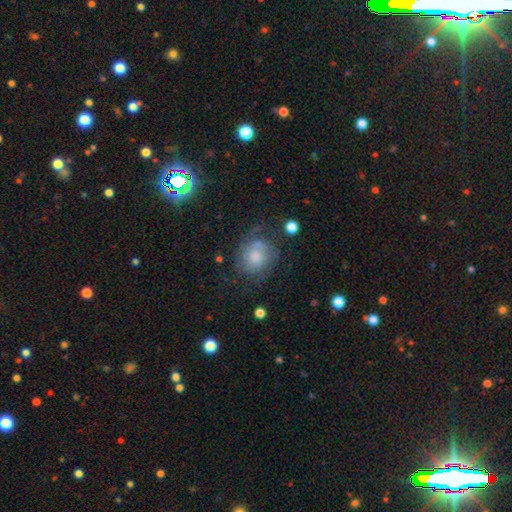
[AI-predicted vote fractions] Smooth or featured?
  - smooth: 48% *
  - featured or disk: 40%
  - star or artifact: 11%
Merging?
  - none: 51% *
  - minor disturbance: 24%
  - major disturbance: 19%
  - merger: 6%